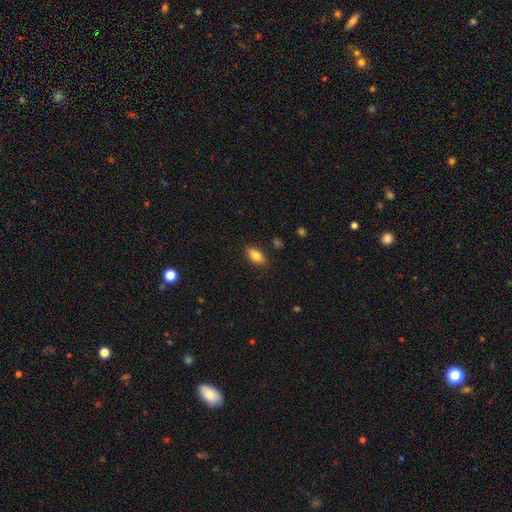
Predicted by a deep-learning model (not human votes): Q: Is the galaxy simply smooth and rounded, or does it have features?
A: smooth — 81%.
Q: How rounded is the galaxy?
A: in between — 88%.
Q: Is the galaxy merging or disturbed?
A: none — 87%.